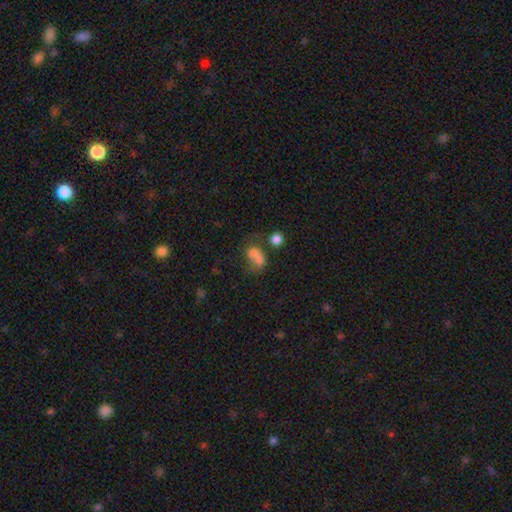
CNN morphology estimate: Smooth or featured? smooth (68%)
How rounded? round (50%)
Merging? merger (60%)